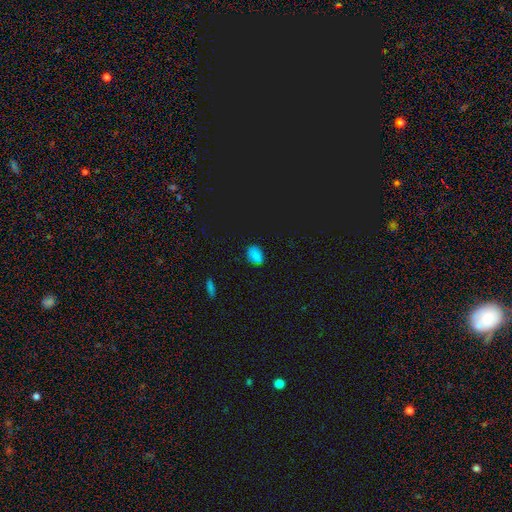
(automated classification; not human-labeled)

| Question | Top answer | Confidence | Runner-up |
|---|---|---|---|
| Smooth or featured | smooth | 76% | star or artifact (19%) |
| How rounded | in between | 75% | round (23%) |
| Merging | none | 80% | minor disturbance (16%) |